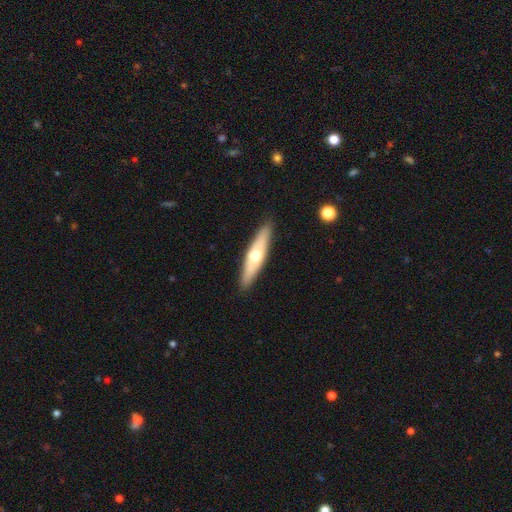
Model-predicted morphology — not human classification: Smooth or featured: featured or disk — 48% (smooth — 47%)
Merging: none — 90% (minor disturbance — 8%)